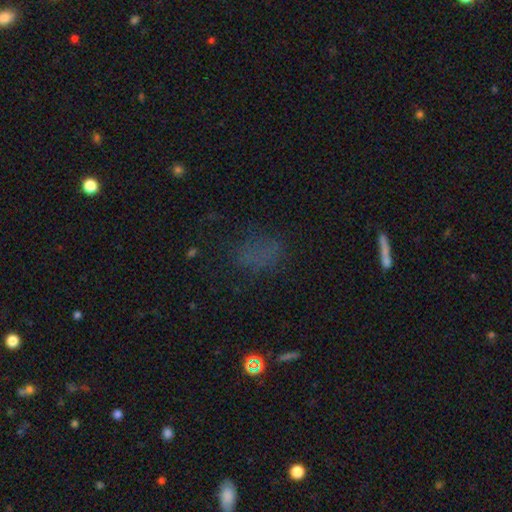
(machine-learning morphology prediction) smooth-or-featured: smooth: 59% | star or artifact: 29% | featured or disk: 12%
  how-rounded: in between: 69% | round: 24% | cigar-shaped: 6%
  merging: none: 68% | minor disturbance: 18% | major disturbance: 11% | merger: 3%